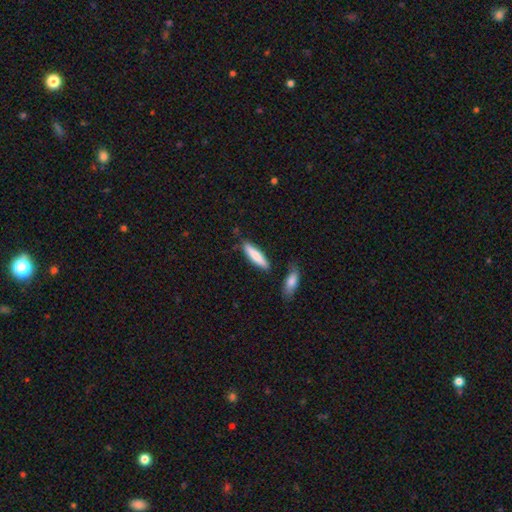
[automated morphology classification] type=smooth (78%); roundness=cigar-shaped (76%); merging=none (80%).